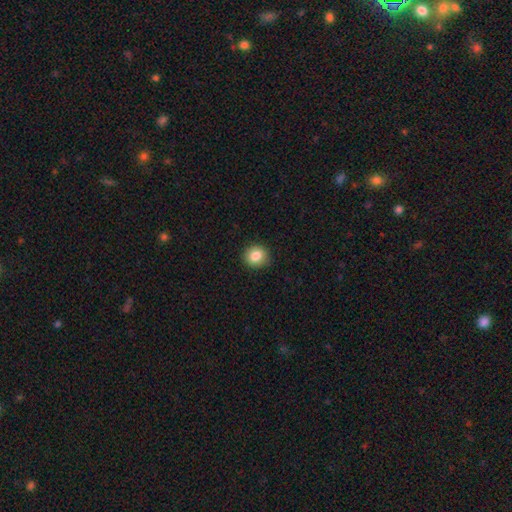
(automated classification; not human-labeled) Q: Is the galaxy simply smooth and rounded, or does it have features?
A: smooth — 85%.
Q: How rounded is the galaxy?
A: round — 84%.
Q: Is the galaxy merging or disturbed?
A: none — 90%.